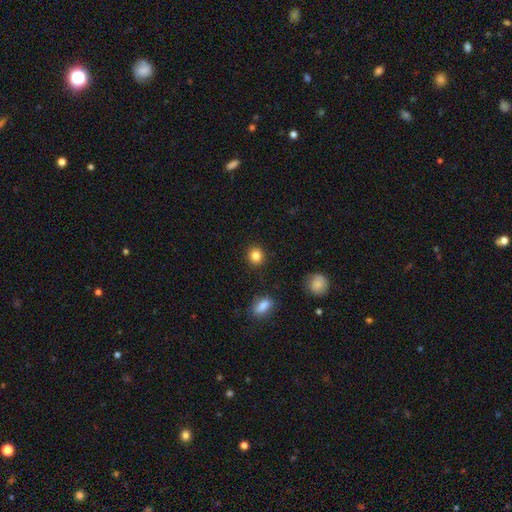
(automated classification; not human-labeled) Smooth or featured? smooth (84%)
How rounded? round (85%)
Merging? none (90%)